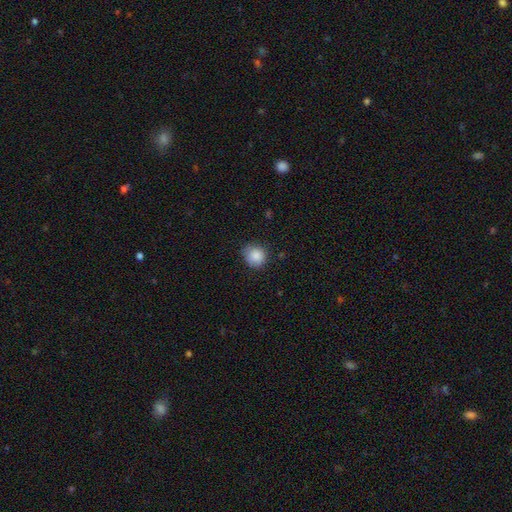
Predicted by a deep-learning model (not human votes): Smooth or featured?
  - smooth: 88% *
  - star or artifact: 9%
  - featured or disk: 4%
How rounded?
  - round: 85% *
  - in between: 14%
  - cigar-shaped: 1%
Merging?
  - none: 75% *
  - minor disturbance: 20%
  - major disturbance: 4%
  - merger: 1%